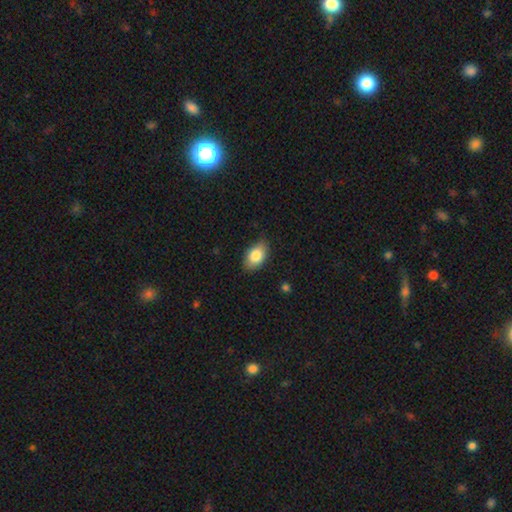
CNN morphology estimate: smooth_or_featured: smooth (p=0.82) [alt: featured or disk p=0.11]
how_rounded: in between (p=0.91) [alt: round p=0.08]
merging: none (p=0.80) [alt: minor disturbance p=0.16]